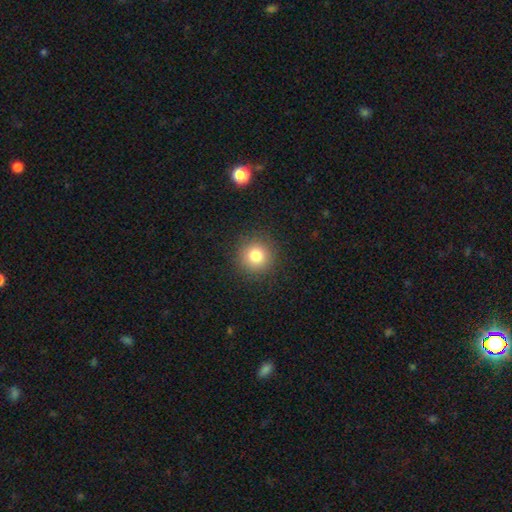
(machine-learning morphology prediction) A smooth galaxy with no disk features (81%) that is round (94%).

Vote fractions:
- Smooth or featured? smooth: 81% / star or artifact: 12% / featured or disk: 7%
- How rounded? round: 94% / in between: 5% / cigar-shaped: 1%
- Merging? none: 90% / minor disturbance: 6% / major disturbance: 2% / merger: 1%